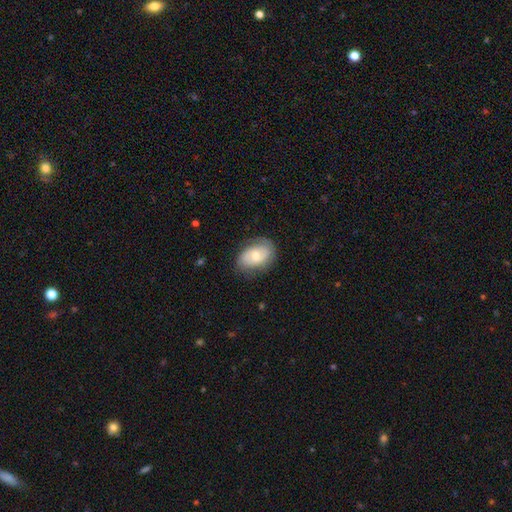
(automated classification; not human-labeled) smooth_or_featured: featured or disk (p=0.49) [alt: smooth p=0.45]
merging: none (p=0.74) [alt: minor disturbance p=0.19]